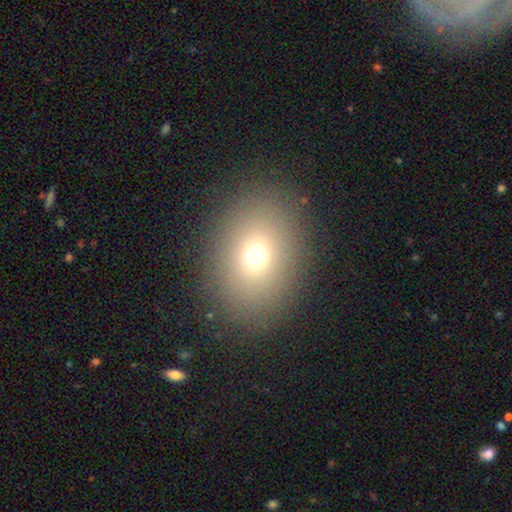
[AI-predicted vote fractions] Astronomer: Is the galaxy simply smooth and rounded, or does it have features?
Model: smooth — 70%.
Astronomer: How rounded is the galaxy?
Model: in between — 63%.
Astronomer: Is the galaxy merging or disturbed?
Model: none — 87%.